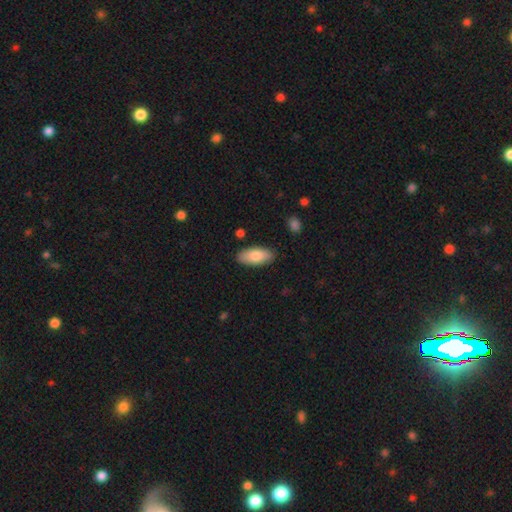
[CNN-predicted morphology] Smooth or featured: smooth — 81% (featured or disk — 13%)
How rounded: in between — 89% (cigar-shaped — 9%)
Merging: none — 86% (minor disturbance — 10%)